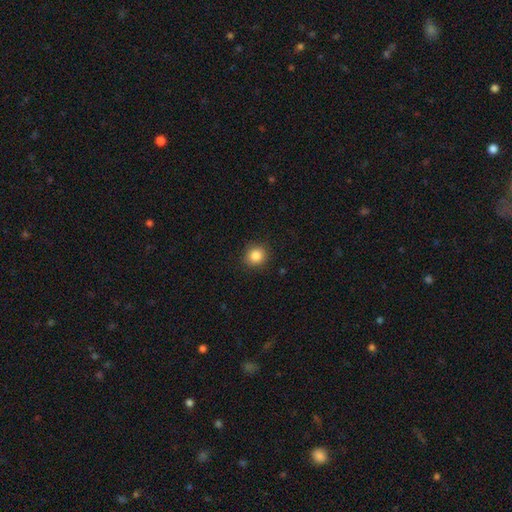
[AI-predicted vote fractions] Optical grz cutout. It shows a smooth galaxy with no disk features (86%) that is round (86%). Merging: none (90%).